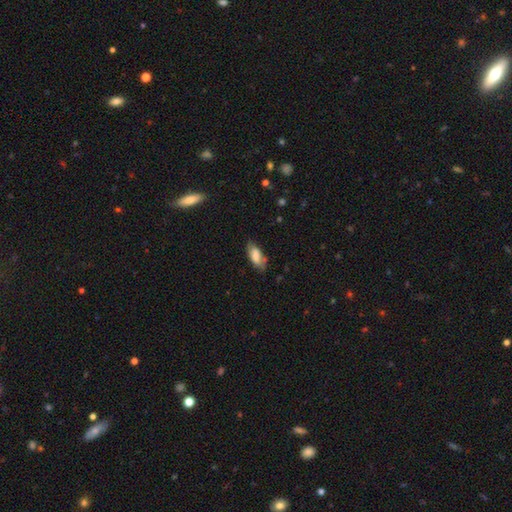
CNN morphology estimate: A smooth galaxy with no disk features (78%) that is in between round and cigar-shaped (82%). Merging: none (67%).